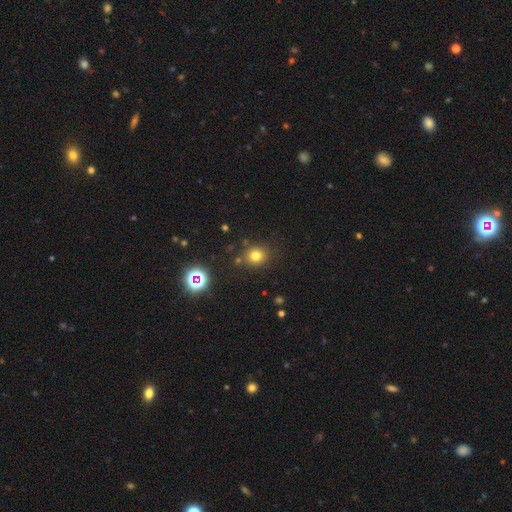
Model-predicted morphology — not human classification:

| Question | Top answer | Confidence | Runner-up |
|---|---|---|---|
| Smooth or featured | smooth | 74% | star or artifact (18%) |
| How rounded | round | 80% | in between (19%) |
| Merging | none | 82% | minor disturbance (10%) |